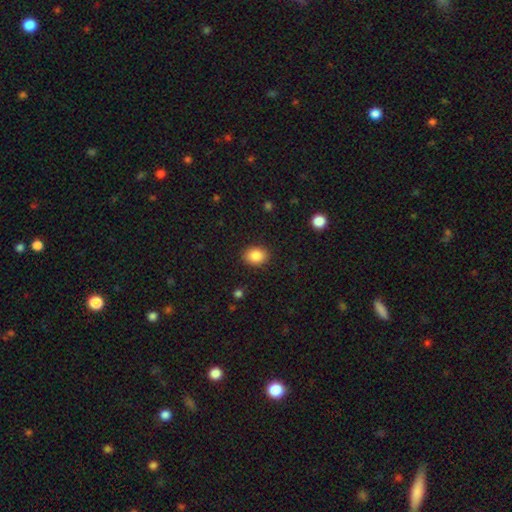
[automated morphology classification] smooth_or_featured: smooth (p=0.88) [alt: star or artifact p=0.08]
how_rounded: in between (p=0.60) [alt: round p=0.39]
merging: none (p=0.88) [alt: minor disturbance p=0.08]